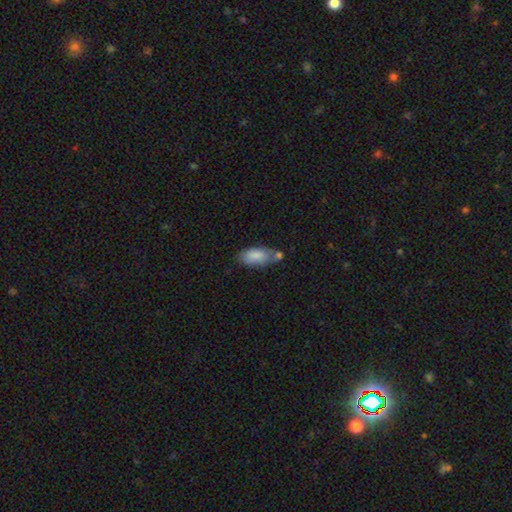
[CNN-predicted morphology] Overall: smooth (81%). How rounded: in between (87%). Merging: none (45%; minor disturbance 25%).